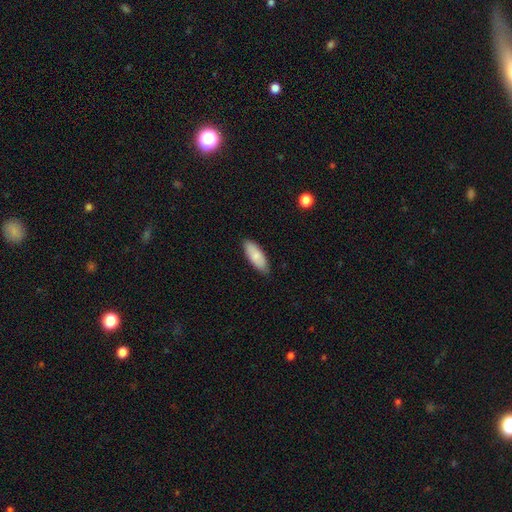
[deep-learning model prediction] Overall: smooth (83%). How rounded: in between (77%). Merging: none (85%).